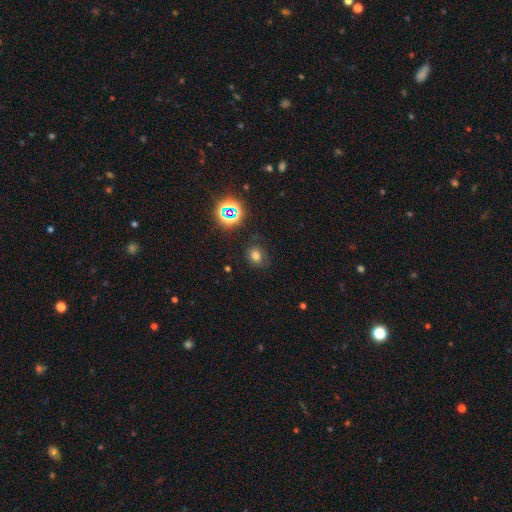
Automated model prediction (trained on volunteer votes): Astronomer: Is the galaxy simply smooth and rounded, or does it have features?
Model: smooth — 68%.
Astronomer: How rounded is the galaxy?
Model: round — 65%.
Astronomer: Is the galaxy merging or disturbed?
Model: none — 76%.